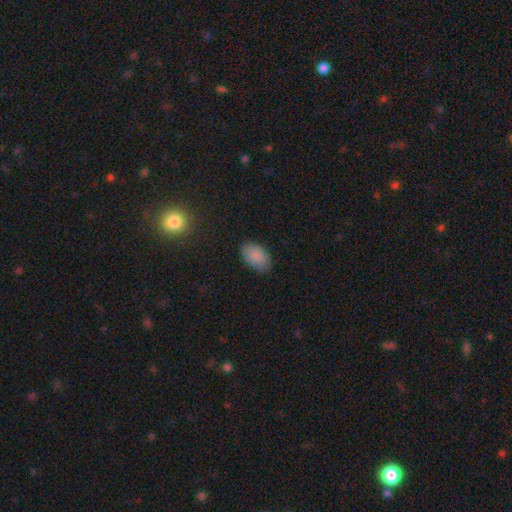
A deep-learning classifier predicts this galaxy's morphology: Smooth or featured? smooth (88%)
How rounded? in between (93%)
Merging? none (85%)